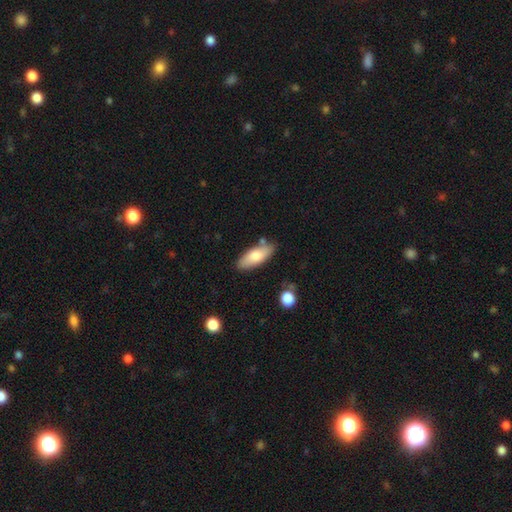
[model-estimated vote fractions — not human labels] A smooth galaxy with no disk features (74%) that is in between round and cigar-shaped (72%).

Vote fractions:
- Smooth or featured? smooth: 74% / featured or disk: 20% / star or artifact: 6%
- How rounded? in between: 72% / cigar-shaped: 26% / round: 2%
- Merging? none: 79% / minor disturbance: 14% / merger: 5% / major disturbance: 3%